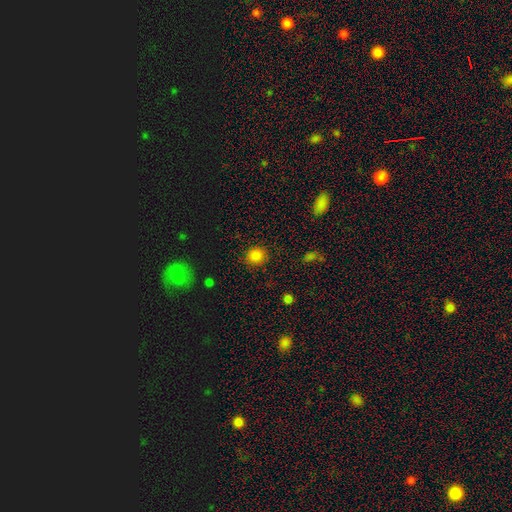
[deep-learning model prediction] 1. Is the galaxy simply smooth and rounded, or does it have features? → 84% smooth, 12% star or artifact, 4% featured or disk.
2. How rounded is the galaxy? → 85% round, 14% in between, 1% cigar-shaped.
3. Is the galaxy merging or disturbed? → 88% none, 8% minor disturbance, 3% major disturbance, 1% merger.